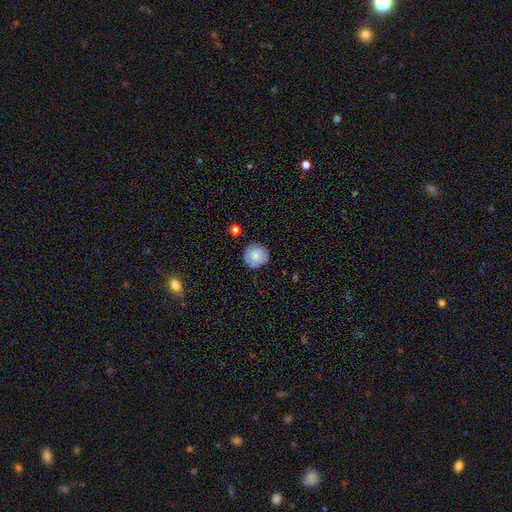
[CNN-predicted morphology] This is likely a smooth galaxy (79%). How rounded: clearly round (93%). Merging: clearly none (82%).